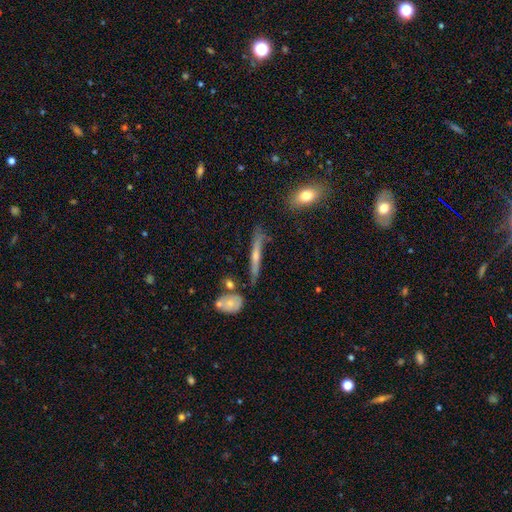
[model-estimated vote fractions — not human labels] A featured or disk galaxy (60%) viewed edge-on (93%) with a rounded central bulge (64%).

Vote fractions:
- Smooth or featured? featured or disk: 60% / smooth: 31% / star or artifact: 9%
- Edge-on disk? yes: 93% / no: 7%
- Edge-on bulge? rounded: 64% / none: 30% / boxy: 6%
- Merging? none: 75% / minor disturbance: 17% / merger: 4% / major disturbance: 4%